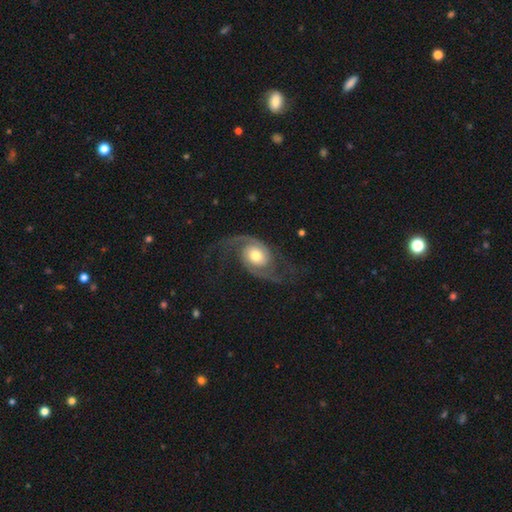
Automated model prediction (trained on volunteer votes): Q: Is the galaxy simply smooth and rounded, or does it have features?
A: featured or disk — 88%.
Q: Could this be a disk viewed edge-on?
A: no — 97%.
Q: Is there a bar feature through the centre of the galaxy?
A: no — 70%.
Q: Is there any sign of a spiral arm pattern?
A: yes — 97%.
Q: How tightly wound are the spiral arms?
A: loose — 44%.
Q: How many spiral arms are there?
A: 2 — 93%.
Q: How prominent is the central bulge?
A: moderate — 67%.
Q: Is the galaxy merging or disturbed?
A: none — 68%.